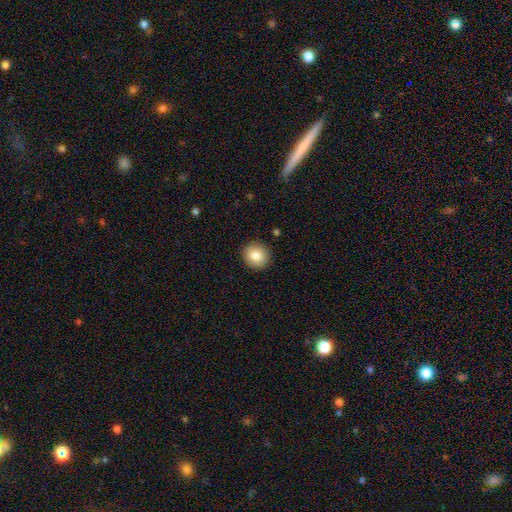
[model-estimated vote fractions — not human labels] smooth 84%, star or artifact 8%, featured or disk 8%. Down the decision tree: how rounded — round (87%); merging — none (91%).